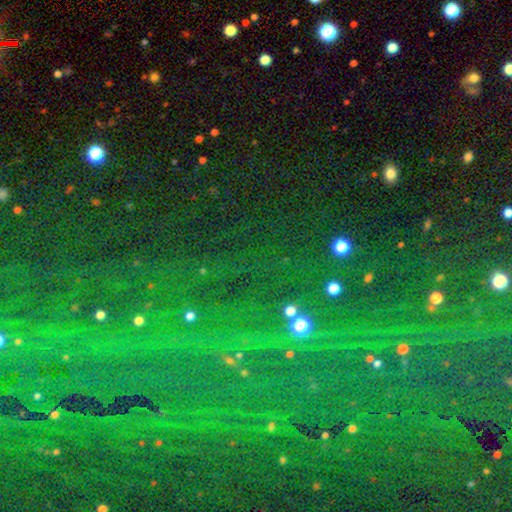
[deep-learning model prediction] Q: Smooth or featured?
A: star or artifact (81%); runner-up: smooth (10%)